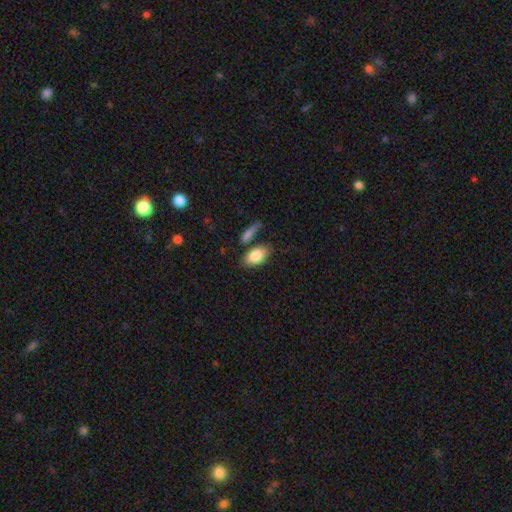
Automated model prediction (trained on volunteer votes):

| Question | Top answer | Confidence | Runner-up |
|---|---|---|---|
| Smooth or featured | smooth | 84% | featured or disk (10%) |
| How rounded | in between | 91% | round (5%) |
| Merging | none | 67% | minor disturbance (15%) |